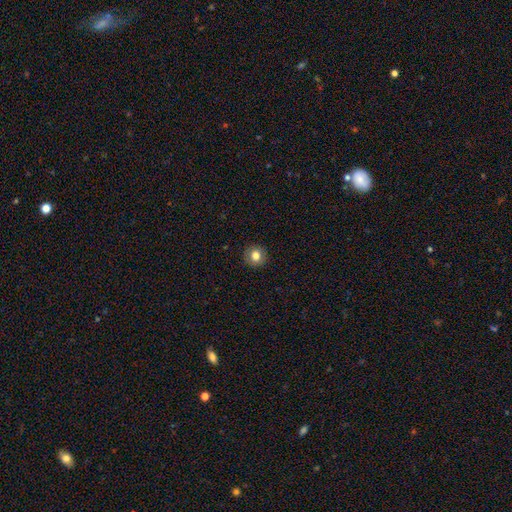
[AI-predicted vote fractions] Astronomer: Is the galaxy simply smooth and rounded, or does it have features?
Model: smooth — 80%.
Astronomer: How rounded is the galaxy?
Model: round — 92%.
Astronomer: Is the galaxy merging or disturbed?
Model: none — 91%.